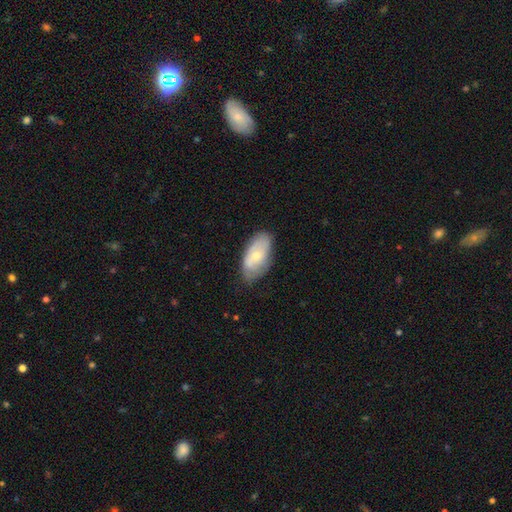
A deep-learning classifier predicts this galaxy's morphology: type=smooth (50%); roundness=in between (92%); merging=none (69%).